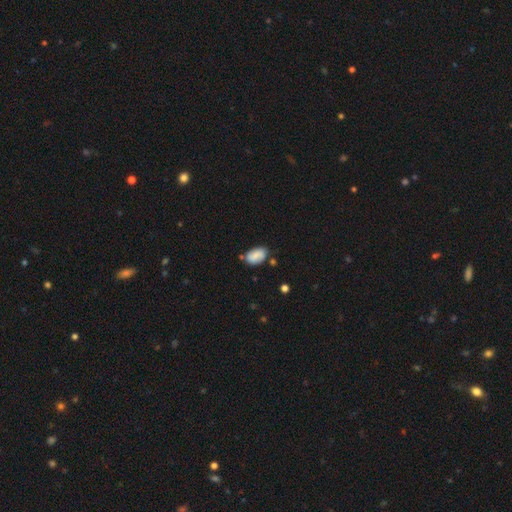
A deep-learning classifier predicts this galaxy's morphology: A smooth galaxy with no disk features (76%) that is in between round and cigar-shaped (90%).

Vote fractions:
- Smooth or featured? smooth: 76% / featured or disk: 16% / star or artifact: 8%
- How rounded? in between: 90% / round: 8% / cigar-shaped: 2%
- Merging? none: 64% / minor disturbance: 24% / merger: 8% / major disturbance: 5%